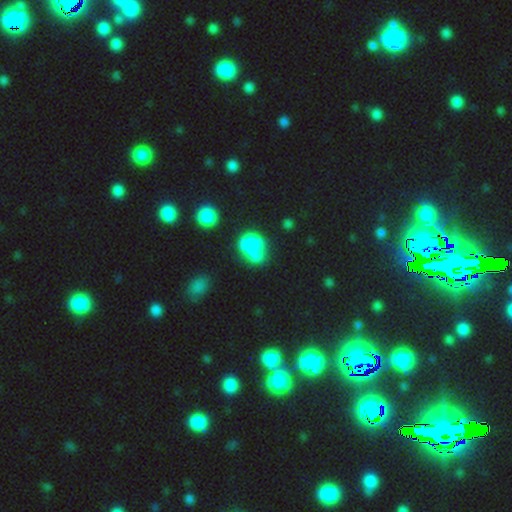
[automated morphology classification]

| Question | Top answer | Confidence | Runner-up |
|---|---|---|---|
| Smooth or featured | smooth | 64% | star or artifact (21%) |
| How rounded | round | 63% | in between (35%) |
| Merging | none | 37% | merger (29%) |